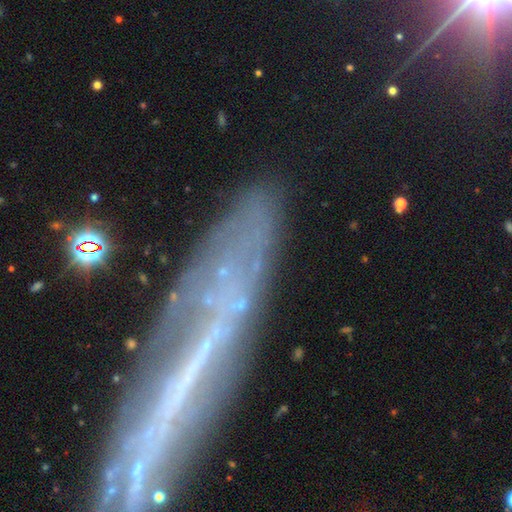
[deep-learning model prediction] The model was most divided on "edge-on disk": no: 63%, yes: 37%. More confident: merging — none (65%); smooth or featured — featured or disk (53%).